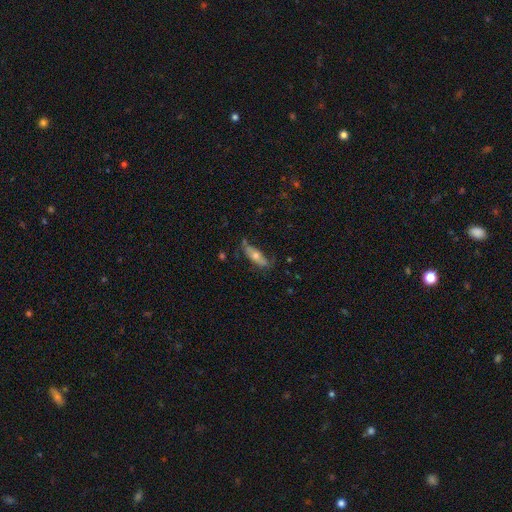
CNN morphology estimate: Smooth or featured: featured or disk — 47% (smooth — 46%)
Merging: none — 60% (minor disturbance — 27%)